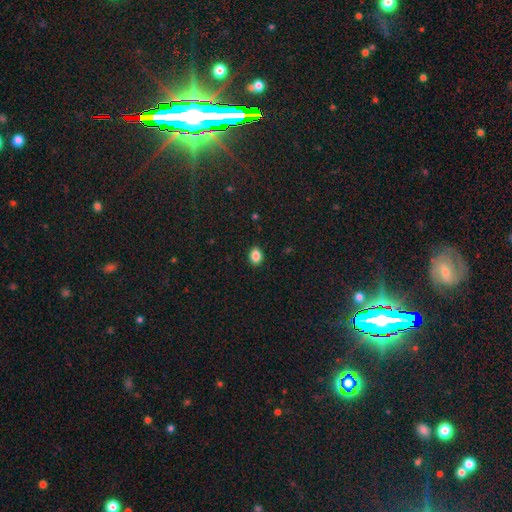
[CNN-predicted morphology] Smooth or featured: smooth — 87% (star or artifact — 10%)
How rounded: in between — 69% (round — 30%)
Merging: none — 89% (minor disturbance — 8%)